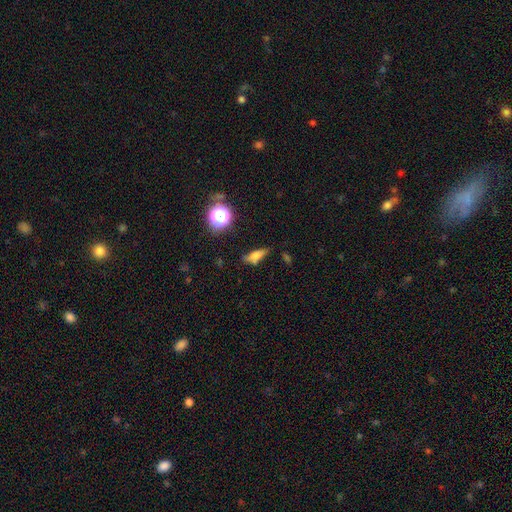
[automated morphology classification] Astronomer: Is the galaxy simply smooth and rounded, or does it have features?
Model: smooth — 63%.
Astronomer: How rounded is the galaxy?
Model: in between — 52% (runner-up: cigar-shaped, 39%).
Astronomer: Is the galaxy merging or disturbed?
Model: none — 61%.